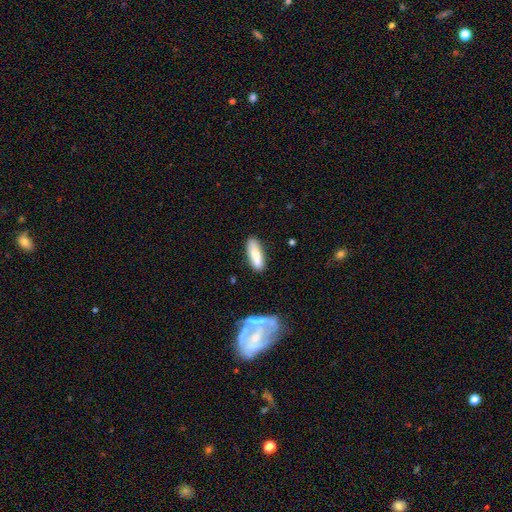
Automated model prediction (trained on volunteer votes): smooth-or-featured: smooth: 81% | featured or disk: 12% | star or artifact: 7%
  how-rounded: in between: 49% (tied) | cigar-shaped: 49% (tied) | round: 2%
  merging: none: 80% | minor disturbance: 13% | merger: 3% | major disturbance: 3%